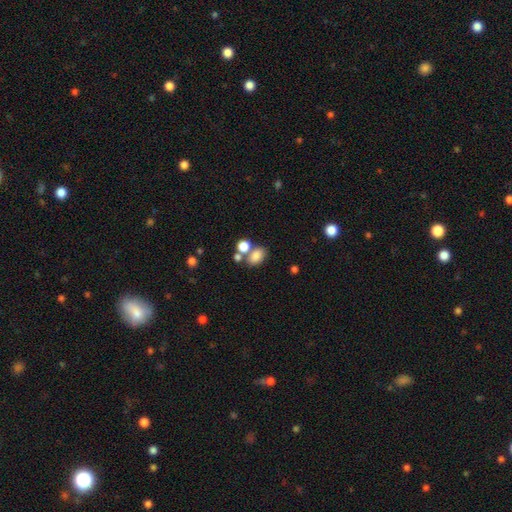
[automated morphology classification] smooth 81%, star or artifact 11%, featured or disk 8%. Down the decision tree: how rounded — in between (78%); merging — none (51%).